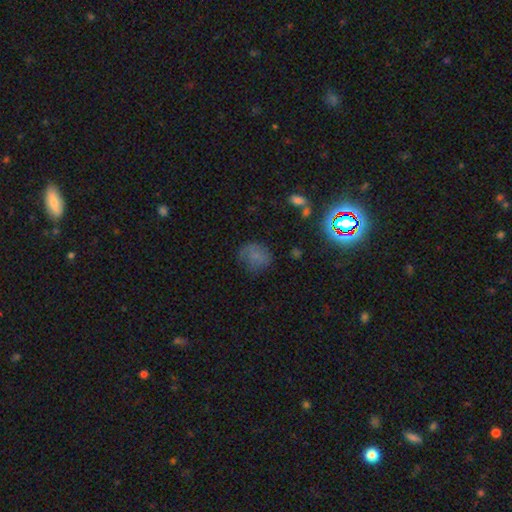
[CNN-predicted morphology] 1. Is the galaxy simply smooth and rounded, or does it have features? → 64% smooth, 19% star or artifact, 16% featured or disk.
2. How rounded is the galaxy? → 71% round, 28% in between, 1% cigar-shaped.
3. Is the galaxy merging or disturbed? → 58% none, 26% minor disturbance, 14% major disturbance, 3% merger.